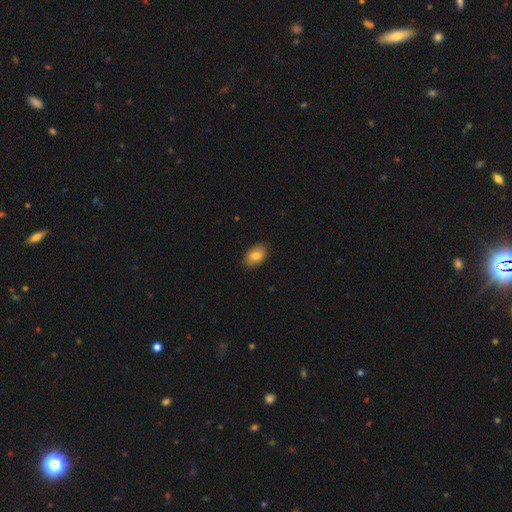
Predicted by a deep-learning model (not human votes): Smooth or featured? Predicted: smooth (p=0.80). How rounded? Predicted: in between (p=0.84). Merging? Predicted: none (p=0.87).